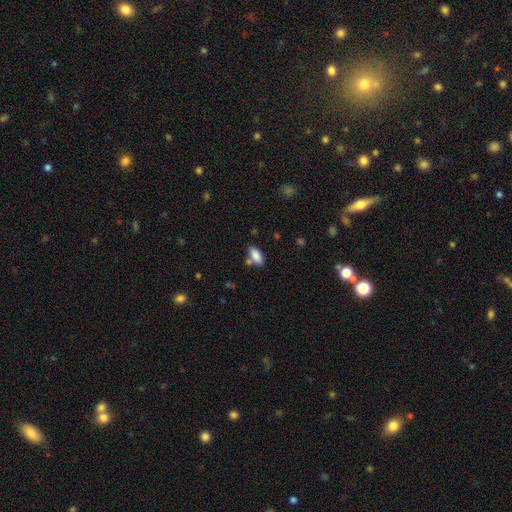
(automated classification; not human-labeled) This is clearly a smooth galaxy (86%). How rounded: clearly in between (89%). Merging: likely none (67%).